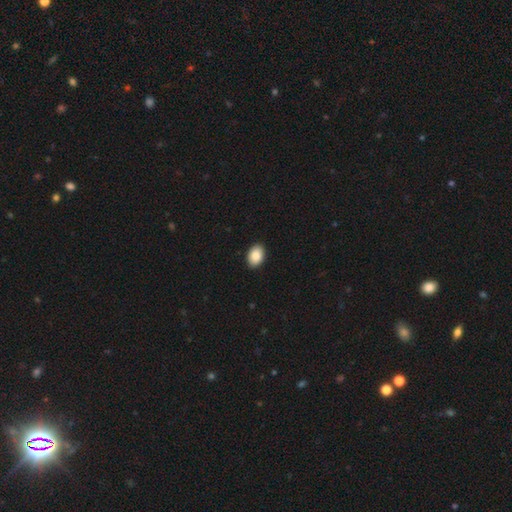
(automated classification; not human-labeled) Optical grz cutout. It shows a smooth galaxy with no disk features (87%) that is in between round and cigar-shaped (87%). Merging: none (91%).